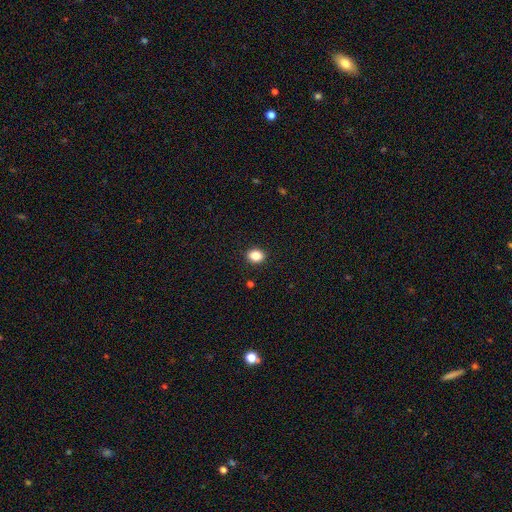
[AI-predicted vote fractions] This is clearly a smooth galaxy (86%). How rounded: possibly round (52%). Merging: clearly none (91%).